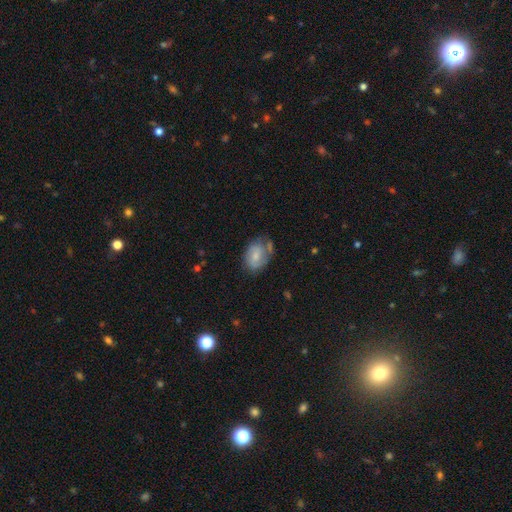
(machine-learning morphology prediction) The model was most divided on "merging": none: 47%, minor disturbance: 31%, major disturbance: 14%, merger: 8%. More confident: how rounded — in between (79%); smooth or featured — smooth (59%).